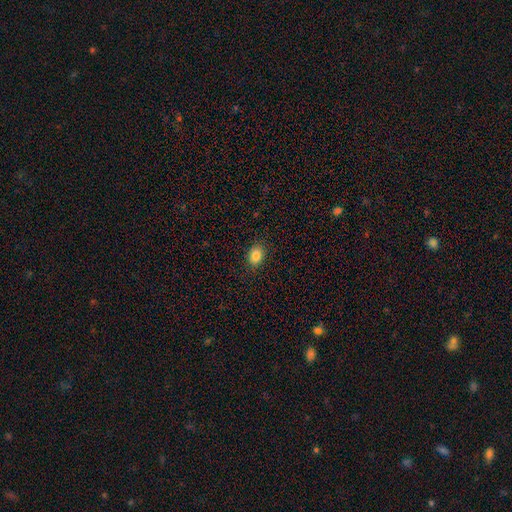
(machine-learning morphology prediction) Smooth or featured? Predicted: smooth (p=0.85). How rounded? Predicted: in between (p=0.63). Merging? Predicted: none (p=0.88).